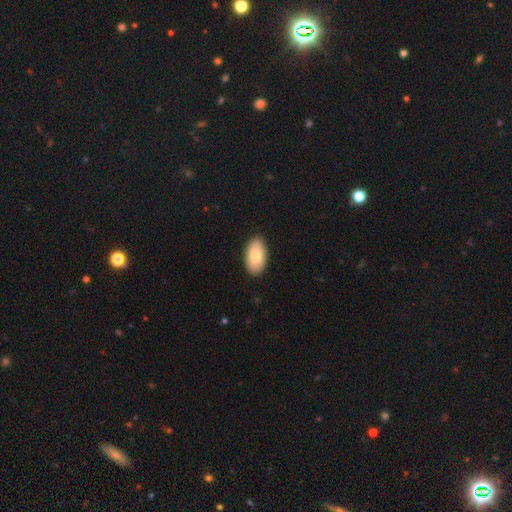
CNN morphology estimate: Q: Smooth or featured?
A: smooth (78%); runner-up: featured or disk (16%)
Q: How rounded?
A: in between (95%); runner-up: round (3%)
Q: Merging?
A: none (89%); runner-up: minor disturbance (8%)